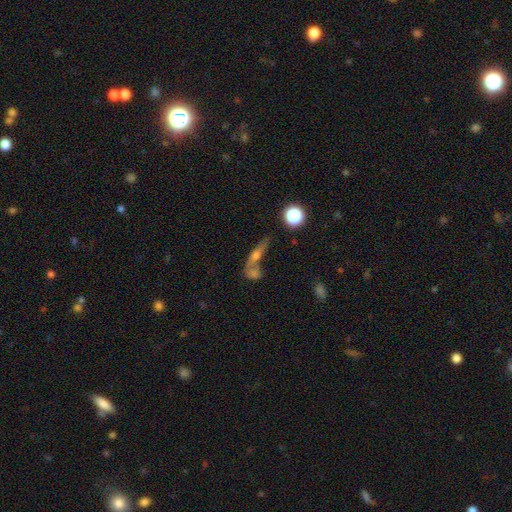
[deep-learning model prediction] smooth_or_featured: featured or disk (p=0.48) [alt: smooth p=0.36]
merging: none (p=0.45) [alt: merger p=0.36]